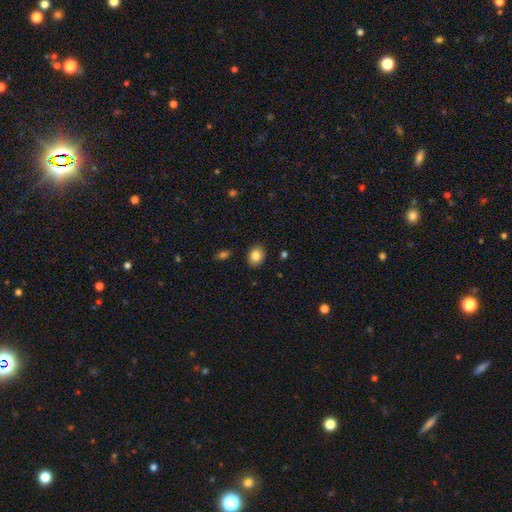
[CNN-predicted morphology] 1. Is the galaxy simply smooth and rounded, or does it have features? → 84% smooth, 9% star or artifact, 7% featured or disk.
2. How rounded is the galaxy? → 57% in between, 42% round, 1% cigar-shaped.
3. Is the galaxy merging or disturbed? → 88% none, 8% minor disturbance, 2% major disturbance, 1% merger.